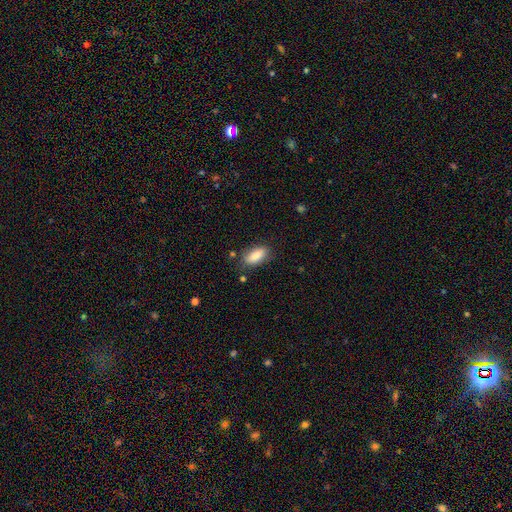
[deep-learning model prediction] Smooth or featured? smooth (85%)
How rounded? in between (84%)
Merging? none (79%)